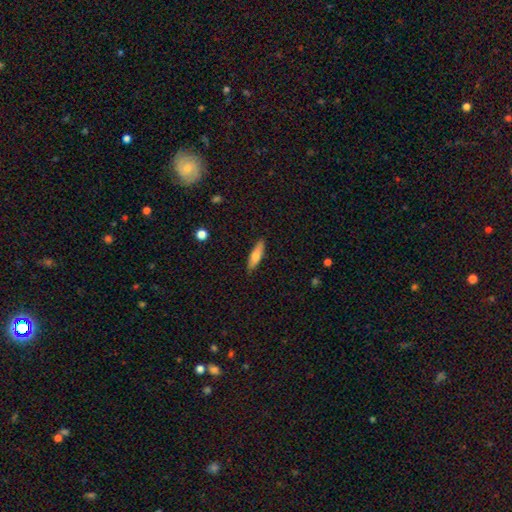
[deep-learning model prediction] This appears to be a smooth galaxy with no disk features (69%) that is cigar-shaped (56%). Merging: none (87%).